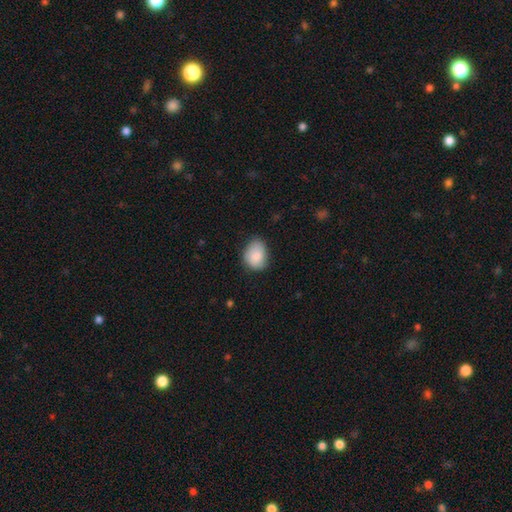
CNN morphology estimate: type=smooth (87%); roundness=in between (65%); merging=none (68%).